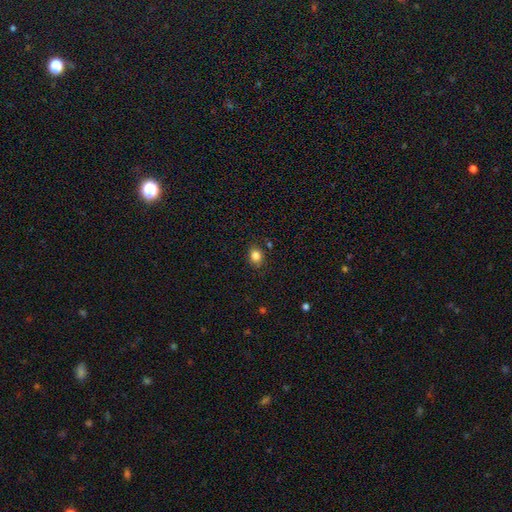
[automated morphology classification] Overall: smooth (83%). How rounded: round (59%; in between 41%). Merging: none (85%).